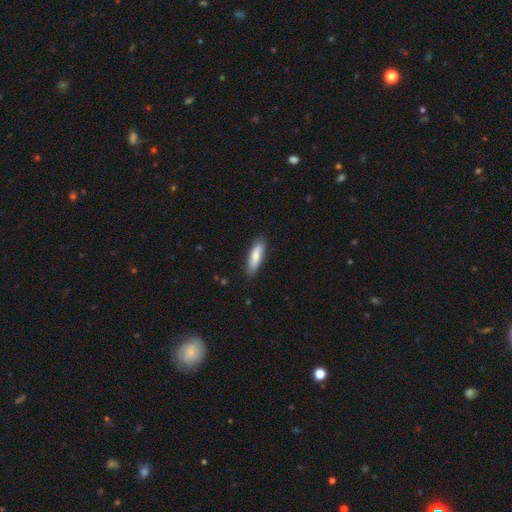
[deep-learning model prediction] smooth_or_featured: smooth (p=0.75) [alt: featured or disk p=0.19]
how_rounded: cigar-shaped (p=0.55) [alt: in between p=0.44]
merging: none (p=0.82) [alt: minor disturbance p=0.14]